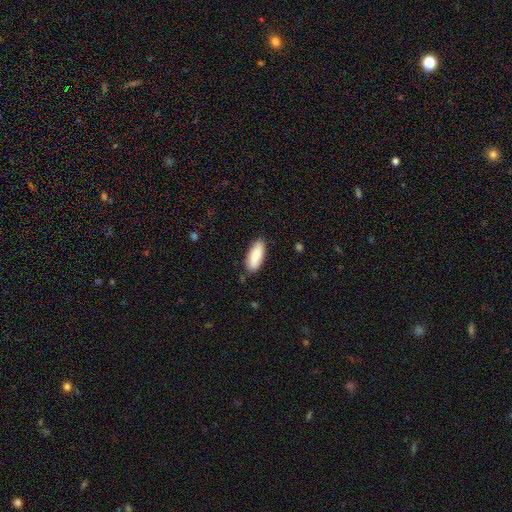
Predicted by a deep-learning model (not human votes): Overall: smooth (85%). How rounded: in between (74%). Merging: none (85%).